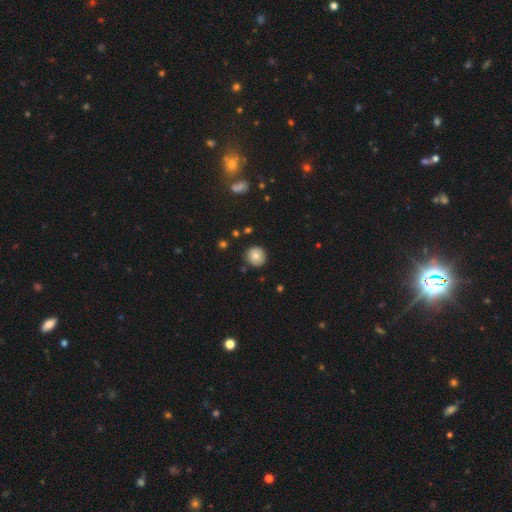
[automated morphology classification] Q: Smooth or featured?
A: smooth (78%); runner-up: featured or disk (13%)
Q: How rounded?
A: round (92%); runner-up: in between (7%)
Q: Merging?
A: none (86%); runner-up: minor disturbance (10%)